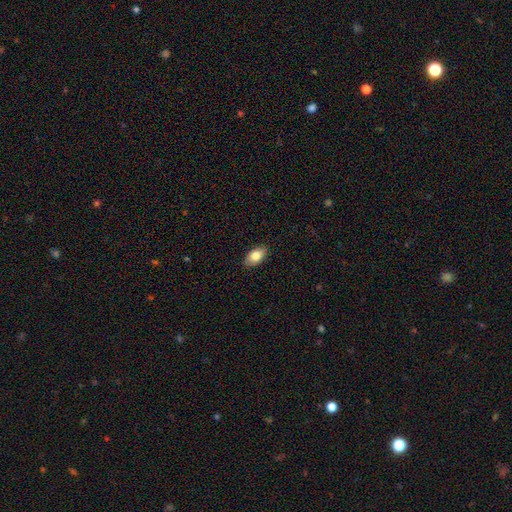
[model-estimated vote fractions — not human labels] Smooth or featured?
  - smooth: 82% *
  - featured or disk: 11%
  - star or artifact: 7%
How rounded?
  - in between: 92% *
  - round: 4%
  - cigar-shaped: 3%
Merging?
  - none: 89% *
  - minor disturbance: 9%
  - major disturbance: 2%
  - merger: 1%